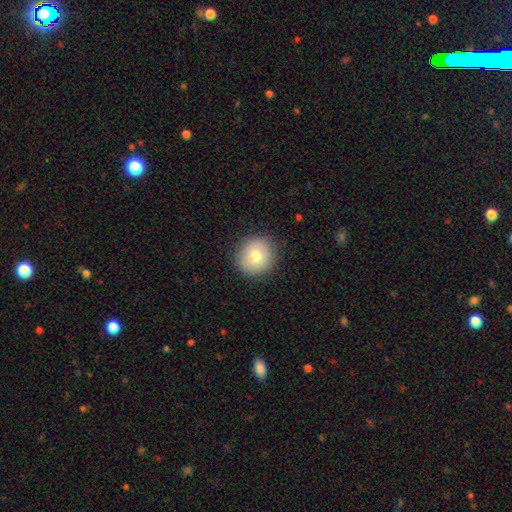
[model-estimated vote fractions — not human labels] smooth-or-featured: smooth: 75% | featured or disk: 16% | star or artifact: 9%
  how-rounded: round: 91% | in between: 8% | cigar-shaped: 1%
  merging: none: 87% | minor disturbance: 9% | major disturbance: 3% | merger: 2%